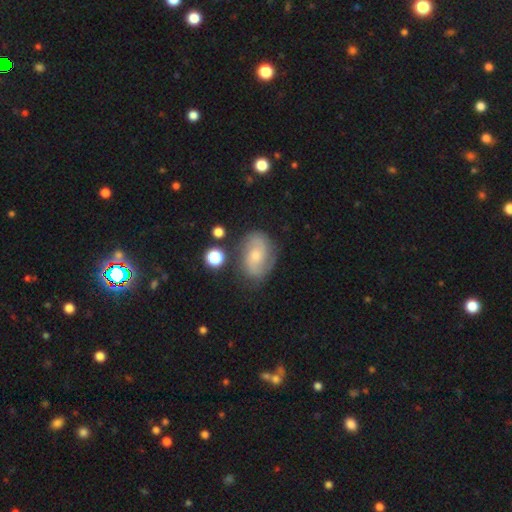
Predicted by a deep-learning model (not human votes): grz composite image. It shows a featured or disk galaxy (73%) with no bar (59%), 2 (81%) medium (47%) spiral arms (93%) and a small central bulge (50%). Merging: none (74%).